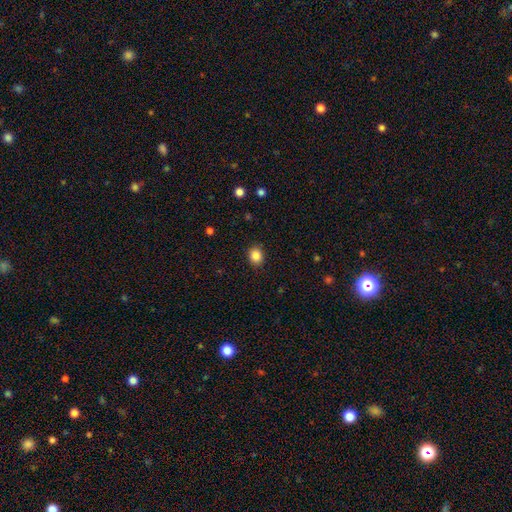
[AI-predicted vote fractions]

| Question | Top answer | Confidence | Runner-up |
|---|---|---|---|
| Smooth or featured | smooth | 85% | star or artifact (10%) |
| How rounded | round | 62% | in between (38%) |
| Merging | none | 89% | minor disturbance (8%) |